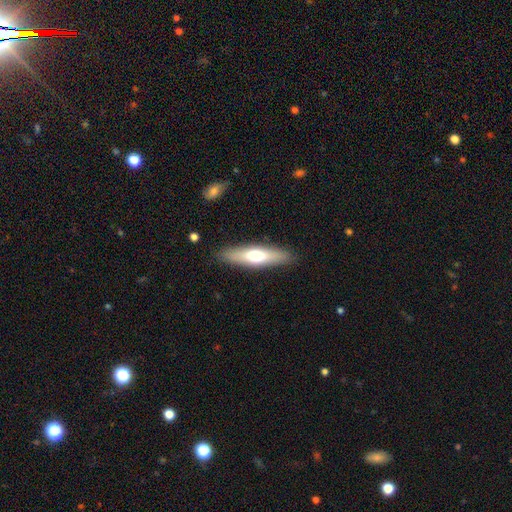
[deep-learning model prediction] Overall: smooth (58%; featured or disk 36%). How rounded: cigar-shaped (71%). Merging: none (88%).